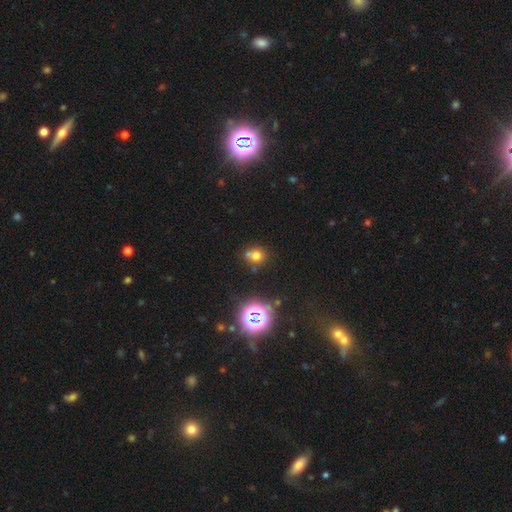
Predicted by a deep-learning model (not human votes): smooth-or-featured: smooth: 66% | star or artifact: 23% | featured or disk: 11%
  how-rounded: round: 82% | in between: 17% | cigar-shaped: 1%
  merging: none: 56% | merger: 29% | minor disturbance: 11% | major disturbance: 4%